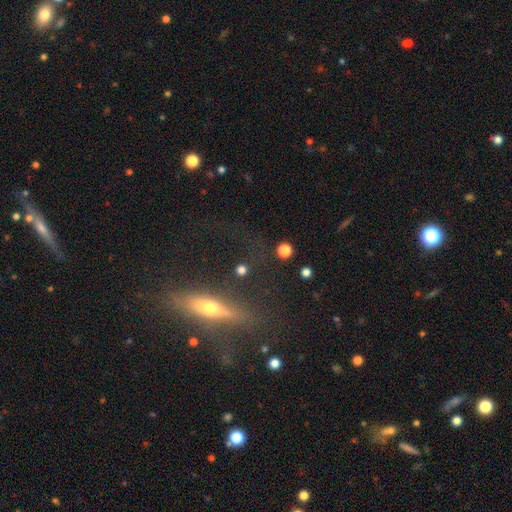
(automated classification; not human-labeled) This is possibly a featured or disk galaxy (56%). It is clearly viewed edge-on (82%). Merging: likely none (62%).